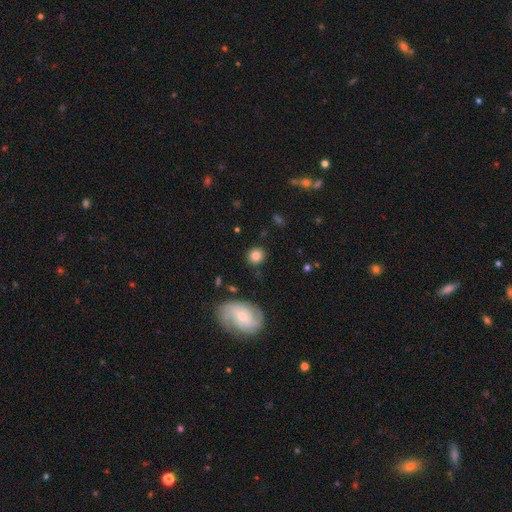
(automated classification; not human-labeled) A smooth galaxy with no disk features (79%) that is round (85%).

Vote fractions:
- Smooth or featured? smooth: 79% / featured or disk: 12% / star or artifact: 9%
- How rounded? round: 85% / in between: 14% / cigar-shaped: 1%
- Merging? none: 85% / minor disturbance: 10% / major disturbance: 3% / merger: 2%